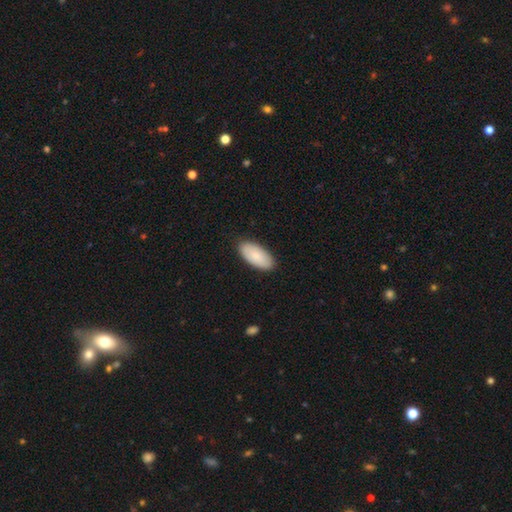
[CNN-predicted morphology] Smooth or featured?
  - smooth: 87% *
  - featured or disk: 8%
  - star or artifact: 5%
How rounded?
  - in between: 94% *
  - cigar-shaped: 5%
  - round: 2%
Merging?
  - none: 88% *
  - minor disturbance: 9%
  - major disturbance: 2%
  - merger: 1%